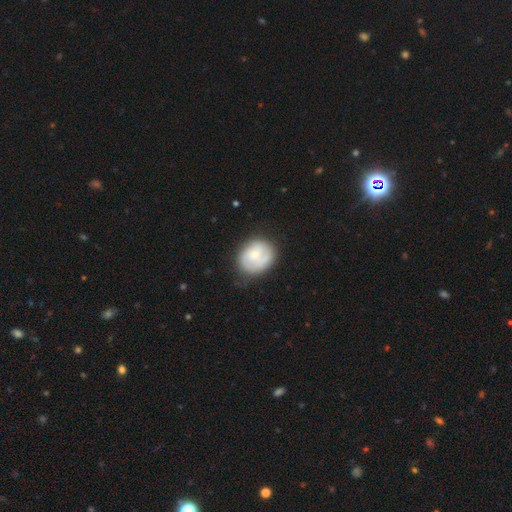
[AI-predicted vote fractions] This is possibly a smooth galaxy (59%). How rounded: possibly round (57%). Merging: possibly none (59%).